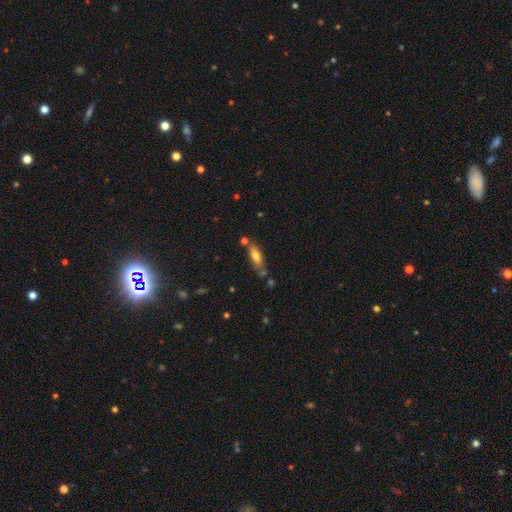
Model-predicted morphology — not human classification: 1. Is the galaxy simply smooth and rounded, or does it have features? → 67% smooth, 26% featured or disk, 8% star or artifact.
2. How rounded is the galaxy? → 52% in between, 45% cigar-shaped, 2% round.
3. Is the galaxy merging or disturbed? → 65% none, 18% minor disturbance, 13% merger, 5% major disturbance.